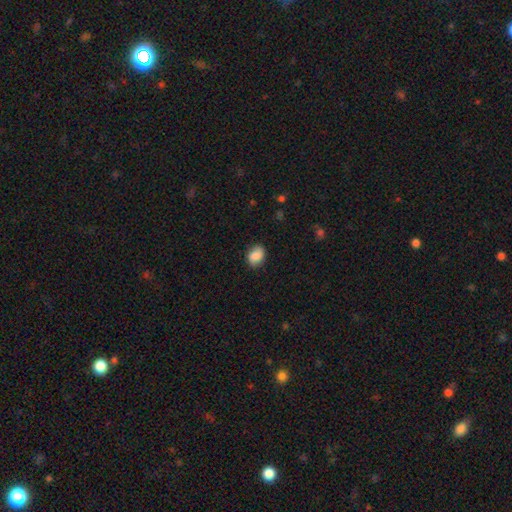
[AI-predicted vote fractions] Smooth or featured?
  - smooth: 84% *
  - featured or disk: 8%
  - star or artifact: 8%
How rounded?
  - in between: 66% *
  - round: 32%
  - cigar-shaped: 1%
Merging?
  - none: 81% *
  - minor disturbance: 15%
  - major disturbance: 3%
  - merger: 1%